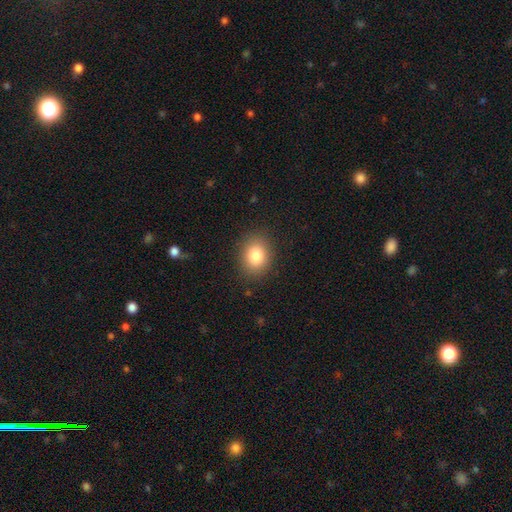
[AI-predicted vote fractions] A smooth galaxy with no disk features (83%) that is in between round and cigar-shaped (53%).

Vote fractions:
- Smooth or featured? smooth: 83% / star or artifact: 10% / featured or disk: 8%
- How rounded? in between: 53% / round: 46% / cigar-shaped: 1%
- Merging? none: 87% / minor disturbance: 9% / major disturbance: 3% / merger: 1%